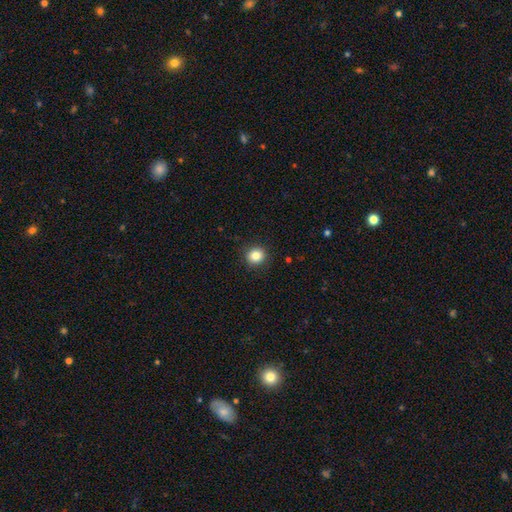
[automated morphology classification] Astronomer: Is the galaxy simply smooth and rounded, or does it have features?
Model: smooth — 83%.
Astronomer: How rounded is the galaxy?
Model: round — 89%.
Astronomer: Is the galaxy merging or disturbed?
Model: none — 91%.